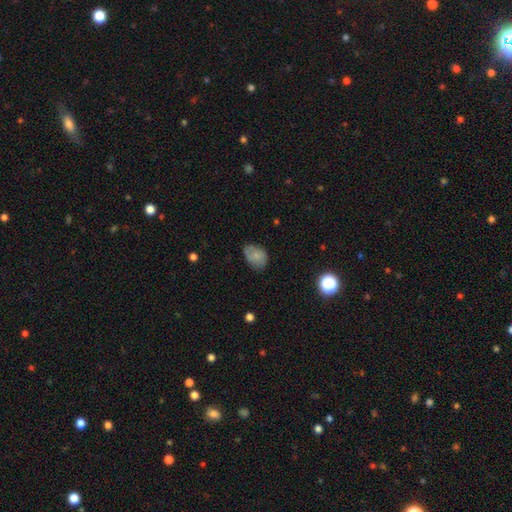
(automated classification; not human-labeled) Q: Smooth or featured?
A: smooth (71%); runner-up: featured or disk (19%)
Q: How rounded?
A: in between (71%); runner-up: round (28%)
Q: Merging?
A: none (57%); runner-up: minor disturbance (31%)